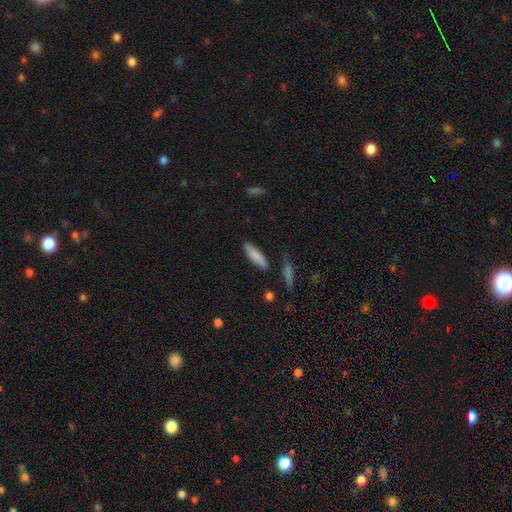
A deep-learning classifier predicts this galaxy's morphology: smooth_or_featured: smooth (p=0.82) [alt: featured or disk p=0.11]
how_rounded: cigar-shaped (p=0.54) [alt: in between p=0.44]
merging: none (p=0.78) [alt: minor disturbance p=0.14]